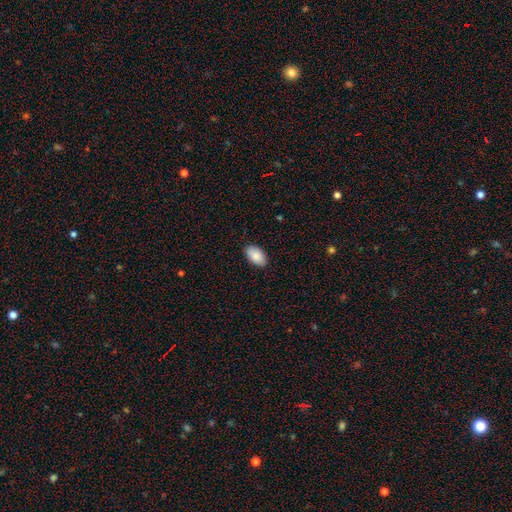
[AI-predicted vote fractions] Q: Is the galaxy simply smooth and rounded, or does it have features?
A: smooth — 89%.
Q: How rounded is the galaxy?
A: in between — 94%.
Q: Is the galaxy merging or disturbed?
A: none — 88%.